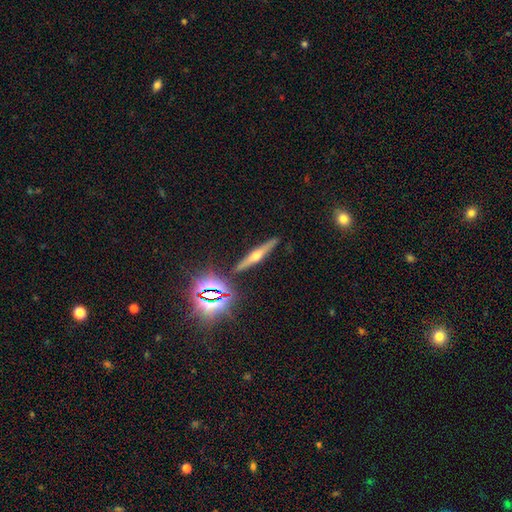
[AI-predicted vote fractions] This appears to be a featured or disk galaxy (60%) viewed edge-on (95%) with a rounded central bulge (92%). Merging: none (89%).